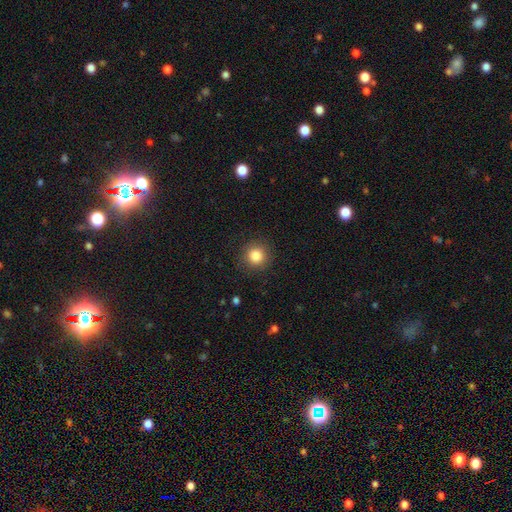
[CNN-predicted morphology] Overall: smooth (85%). How rounded: round (93%). Merging: none (89%).